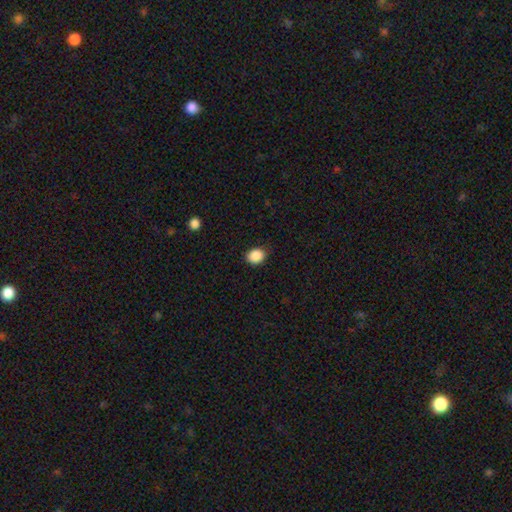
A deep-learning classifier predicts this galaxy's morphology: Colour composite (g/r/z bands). It shows a smooth galaxy with no disk features (88%) that is round (55%). Merging: none (85%).